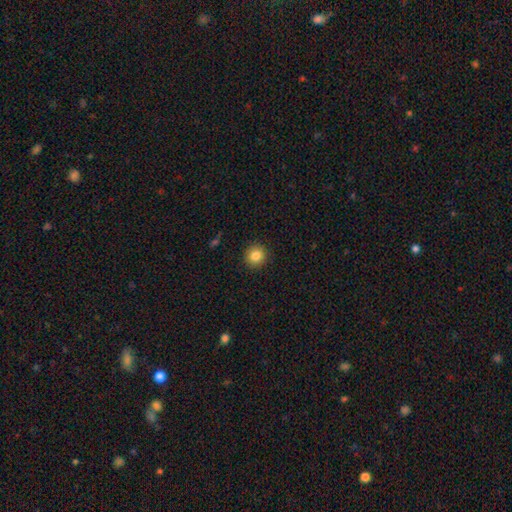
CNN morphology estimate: This appears to be a smooth galaxy with no disk features (84%) that is round (93%). Merging: none (92%).